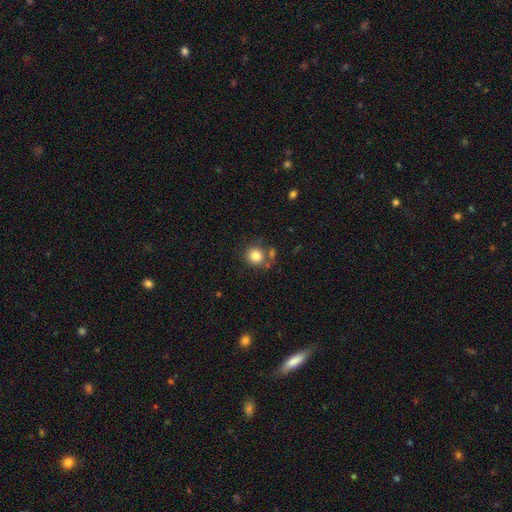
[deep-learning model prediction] Smooth or featured? Predicted: smooth (p=0.82). How rounded? Predicted: round (p=0.88). Merging? Predicted: none (p=0.70).